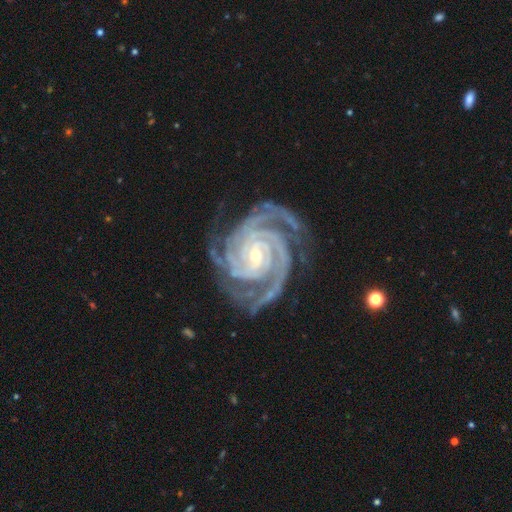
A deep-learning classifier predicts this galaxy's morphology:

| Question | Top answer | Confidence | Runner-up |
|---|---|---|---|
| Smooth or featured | featured or disk | 95% | star or artifact (3%) |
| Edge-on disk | no | 98% | yes (2%) |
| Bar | no | 46% | weak (34%) |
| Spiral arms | yes | 99% | no (1%) |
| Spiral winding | tight | 79% | medium (19%) |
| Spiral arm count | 4 | 31% | 3 (29%) |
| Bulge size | small | 65% | moderate (32%) |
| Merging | none | 75% | minor disturbance (16%) |